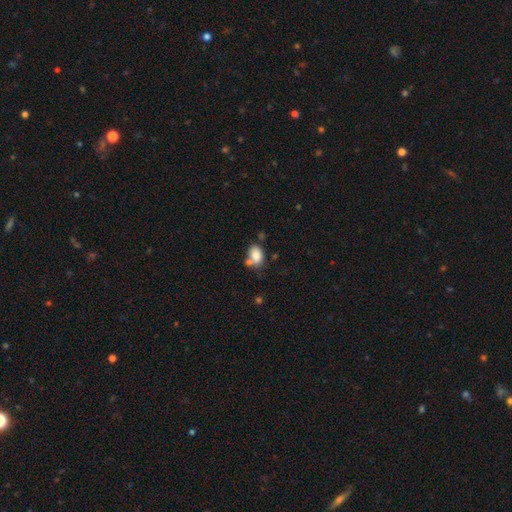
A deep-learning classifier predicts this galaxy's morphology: Q: Smooth or featured?
A: smooth (83%); runner-up: star or artifact (9%)
Q: How rounded?
A: in between (78%); runner-up: round (21%)
Q: Merging?
A: none (50%); runner-up: merger (26%)